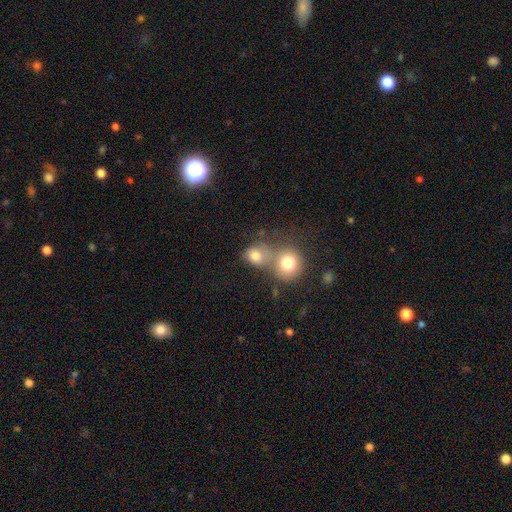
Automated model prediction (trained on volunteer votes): This appears to be a smooth galaxy with no disk features (79%) that is round (67%). Merging: merger (53%).